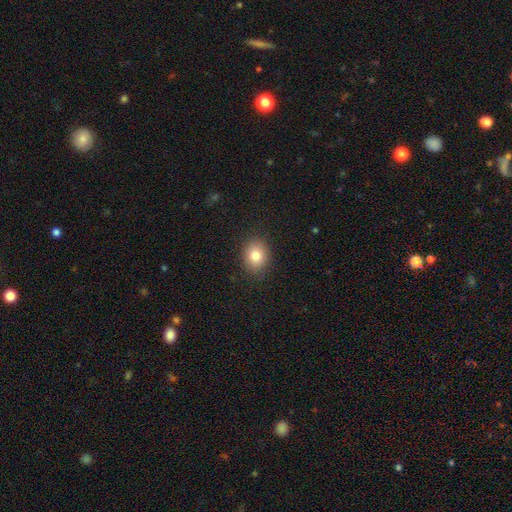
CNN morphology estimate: Overall: smooth (82%). How rounded: round (53%; in between 46%). Merging: none (88%).